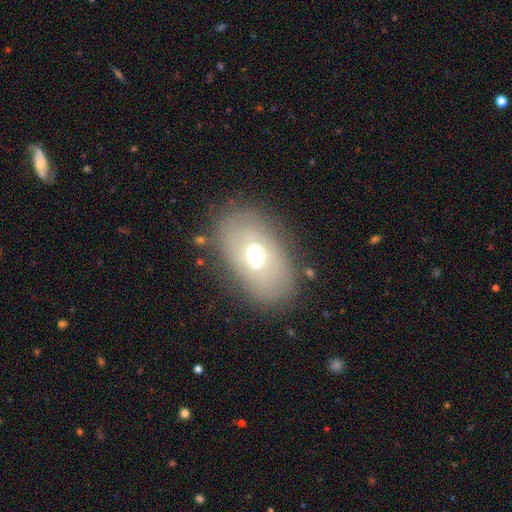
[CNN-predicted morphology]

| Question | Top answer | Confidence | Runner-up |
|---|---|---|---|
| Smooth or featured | smooth | 50% | featured or disk (41%) |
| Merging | none | 77% | minor disturbance (14%) |